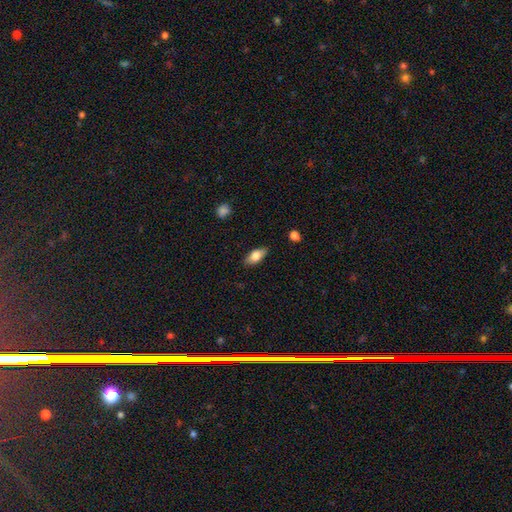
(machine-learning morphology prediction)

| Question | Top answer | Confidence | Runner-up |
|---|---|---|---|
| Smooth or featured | smooth | 76% | featured or disk (17%) |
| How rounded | in between | 87% | cigar-shaped (10%) |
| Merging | none | 86% | minor disturbance (11%) |